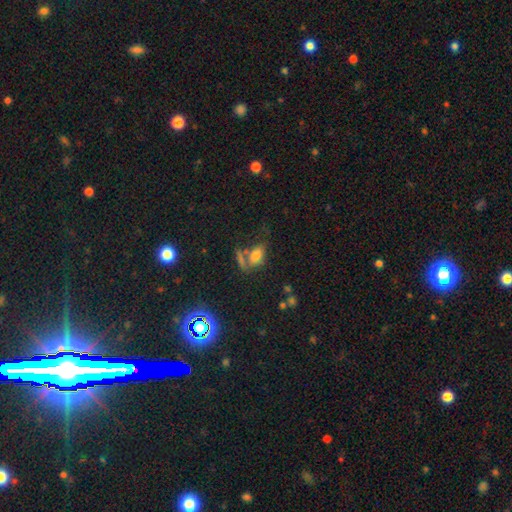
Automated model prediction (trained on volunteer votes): A smooth galaxy with no disk features (72%) that is in between round and cigar-shaped (84%).

Vote fractions:
- Smooth or featured? smooth: 72% / star or artifact: 14% / featured or disk: 13%
- How rounded? in between: 84% / round: 10% / cigar-shaped: 7%
- Merging? none: 47% / merger: 26% / minor disturbance: 16% / major disturbance: 10%